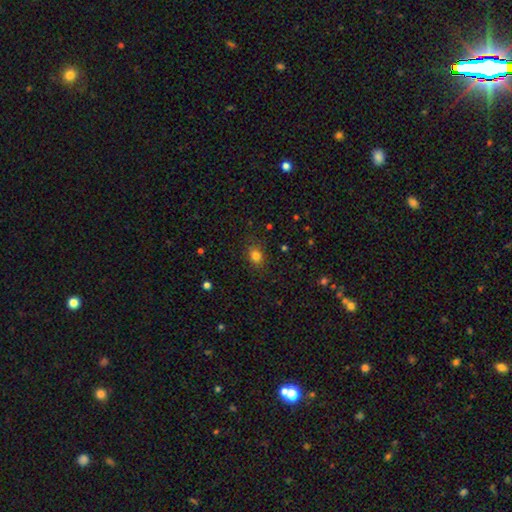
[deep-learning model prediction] smooth-or-featured: smooth: 80% | star or artifact: 13% | featured or disk: 6%
  how-rounded: in between: 58% | round: 40% | cigar-shaped: 1%
  merging: none: 83% | minor disturbance: 12% | major disturbance: 4% | merger: 1%